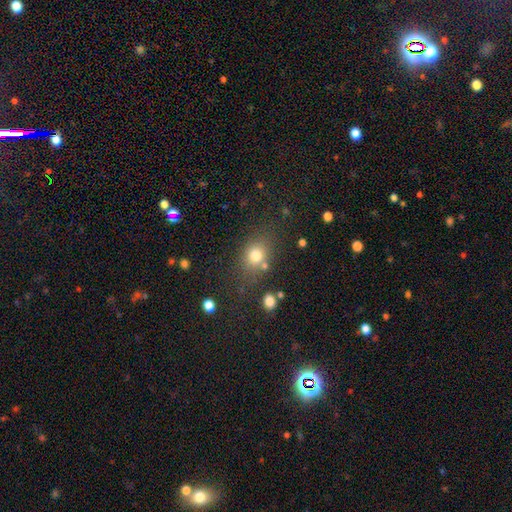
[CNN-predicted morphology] This appears to be a smooth galaxy with no disk features (77%) that is round (55%). Merging: none (68%).